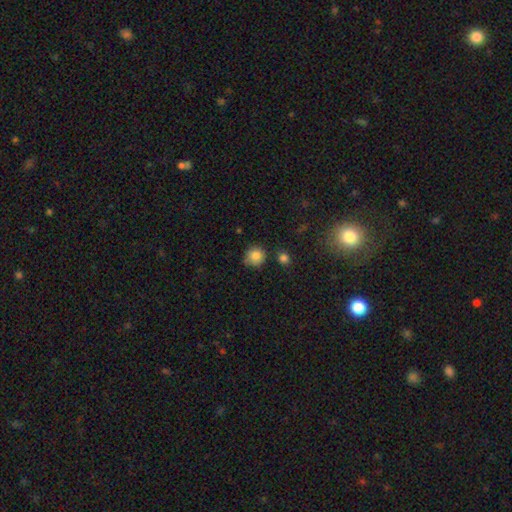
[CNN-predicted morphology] smooth-or-featured: smooth: 83% | star or artifact: 10% | featured or disk: 7%
  how-rounded: round: 90% | in between: 9% | cigar-shaped: 1%
  merging: none: 72% | minor disturbance: 19% | merger: 6% | major disturbance: 4%